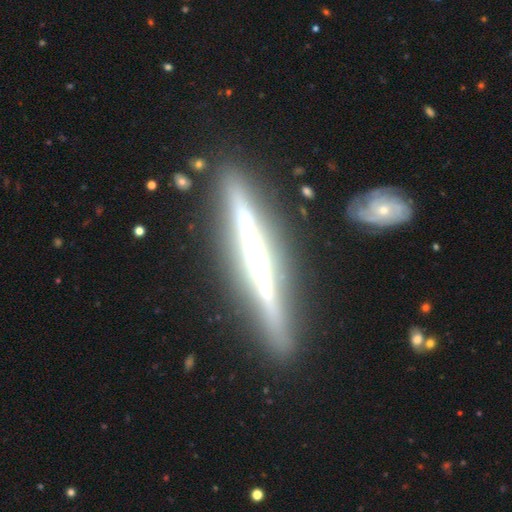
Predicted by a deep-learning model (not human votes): Smooth or featured? featured or disk (82%)
Edge-on disk? yes (96%)
Edge-on bulge? none (42%)
Merging? none (85%)